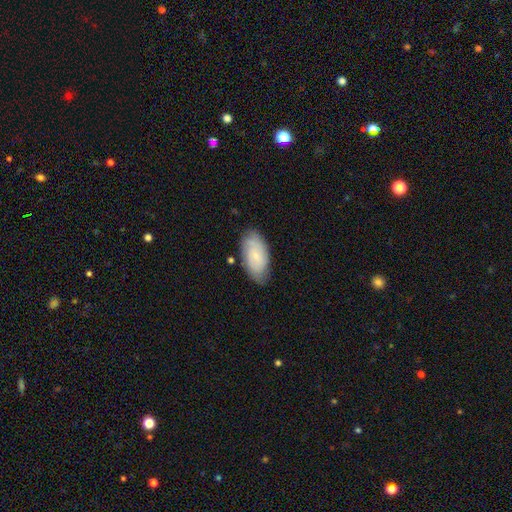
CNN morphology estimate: smooth 54%, featured or disk 39%, star or artifact 7%. Down the decision tree: how rounded — in between (92%); merging — none (73%).